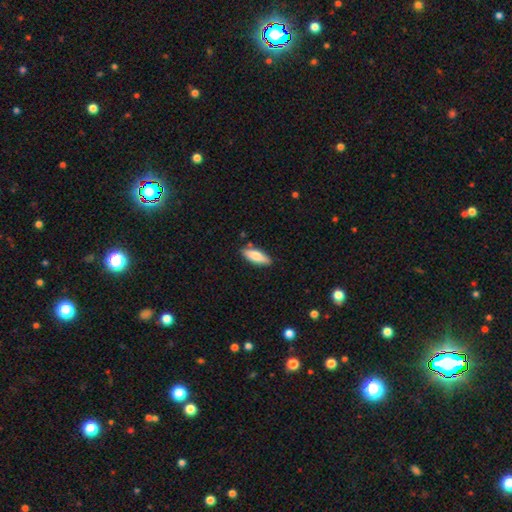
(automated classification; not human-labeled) Q: Smooth or featured?
A: smooth (74%); runner-up: featured or disk (20%)
Q: How rounded?
A: in between (55%); runner-up: cigar-shaped (43%)
Q: Merging?
A: none (84%); runner-up: minor disturbance (11%)